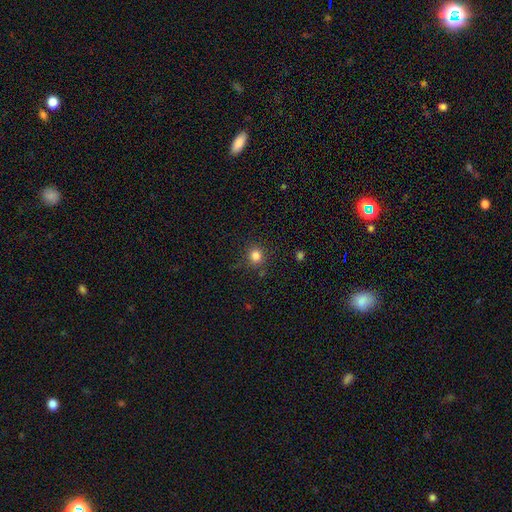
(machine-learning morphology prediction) Smooth or featured: smooth — 82% (star or artifact — 13%)
How rounded: round — 90% (in between — 10%)
Merging: none — 85% (minor disturbance — 10%)